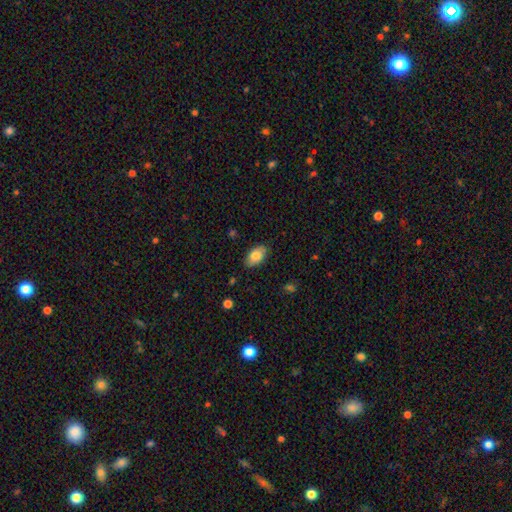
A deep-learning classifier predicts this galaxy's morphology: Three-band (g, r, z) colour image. It shows a smooth galaxy with no disk features (80%) that is in between round and cigar-shaped (93%). Merging: none (84%).